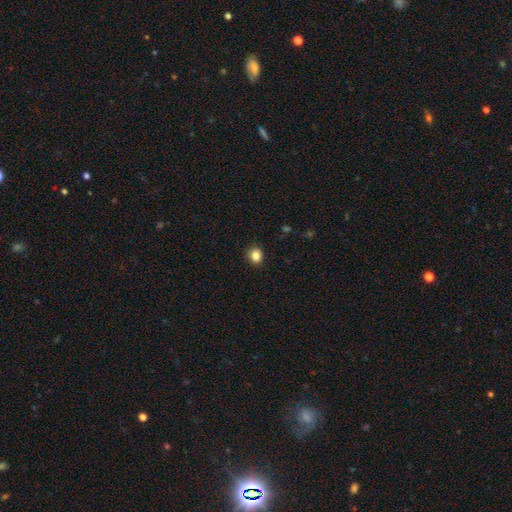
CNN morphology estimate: Smooth or featured: smooth — 85% (star or artifact — 11%)
How rounded: round — 72% (in between — 27%)
Merging: none — 89% (minor disturbance — 8%)